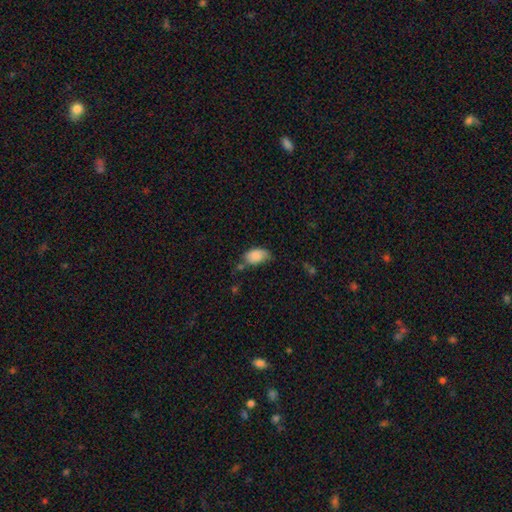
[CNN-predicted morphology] Smooth or featured?
  - smooth: 85% *
  - star or artifact: 8%
  - featured or disk: 8%
How rounded?
  - in between: 92% *
  - round: 6%
  - cigar-shaped: 2%
Merging?
  - none: 47% *
  - minor disturbance: 36%
  - major disturbance: 9%
  - merger: 8%